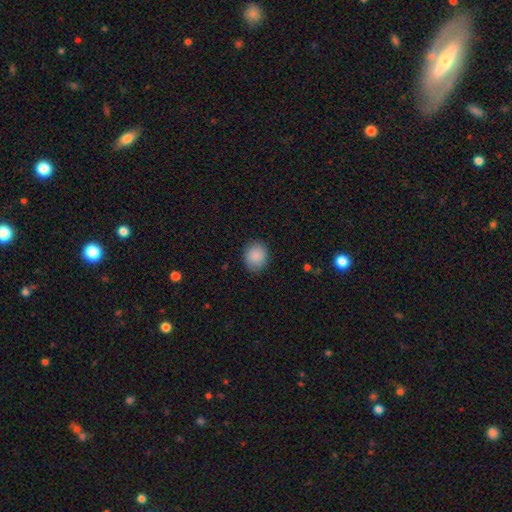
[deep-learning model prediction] smooth_or_featured: smooth (p=0.89) [alt: star or artifact p=0.07]
how_rounded: round (p=0.67) [alt: in between p=0.32]
merging: none (p=0.86) [alt: minor disturbance p=0.10]